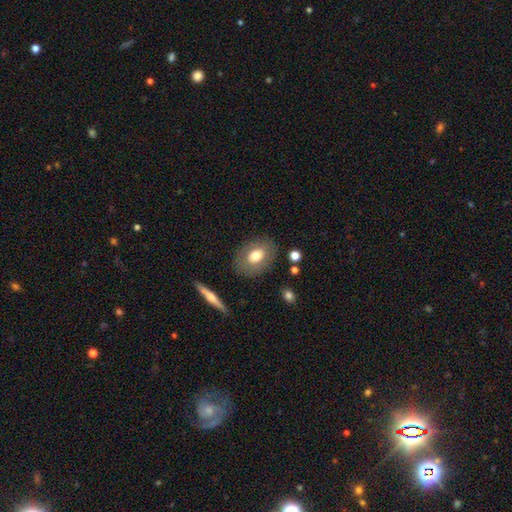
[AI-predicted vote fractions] A smooth galaxy with no disk features (64%) that is in between round and cigar-shaped (75%).

Vote fractions:
- Smooth or featured? smooth: 64% / featured or disk: 29% / star or artifact: 7%
- How rounded? in between: 75% / round: 23% / cigar-shaped: 1%
- Merging? none: 82% / minor disturbance: 12% / major disturbance: 4% / merger: 2%